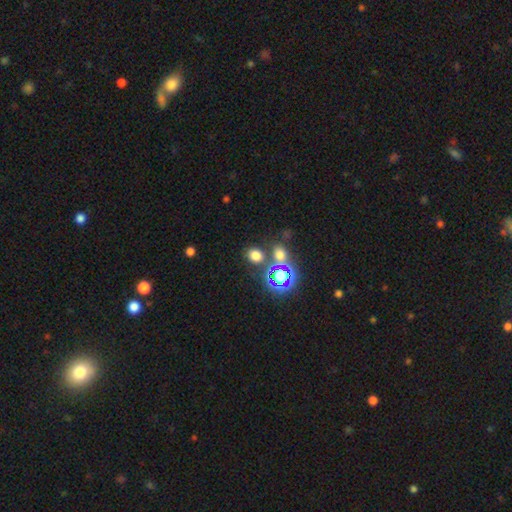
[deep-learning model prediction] smooth 68%, star or artifact 25%, featured or disk 6%. Down the decision tree: how rounded — round (63%); merging — none (75%).